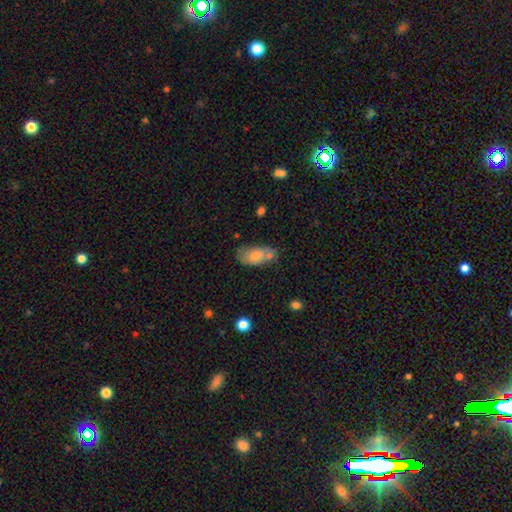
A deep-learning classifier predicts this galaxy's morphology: Smooth or featured? smooth (74%)
How rounded? in between (91%)
Merging? none (48%)